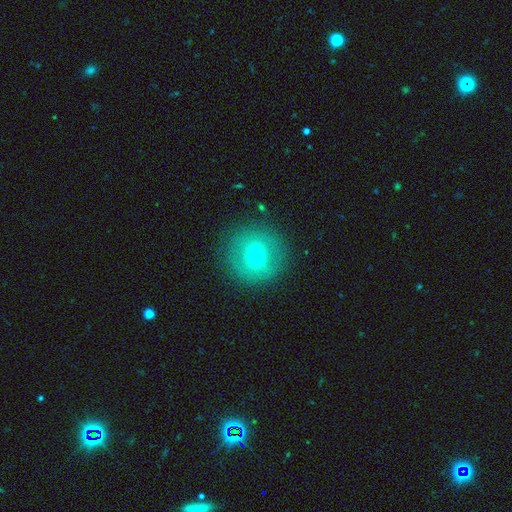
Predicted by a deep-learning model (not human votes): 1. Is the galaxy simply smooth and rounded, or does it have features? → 56% smooth, 31% featured or disk, 13% star or artifact.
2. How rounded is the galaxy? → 94% round, 5% in between, 1% cigar-shaped.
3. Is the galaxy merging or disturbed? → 87% none, 8% minor disturbance, 3% major disturbance, 1% merger.